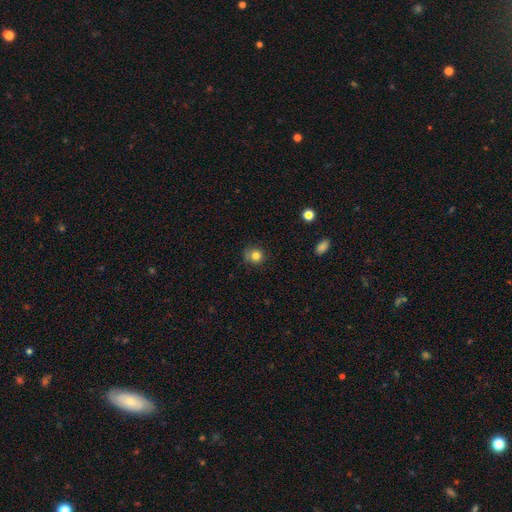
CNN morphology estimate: This is clearly a smooth galaxy (81%). How rounded: clearly round (88%). Merging: likely none (73%).